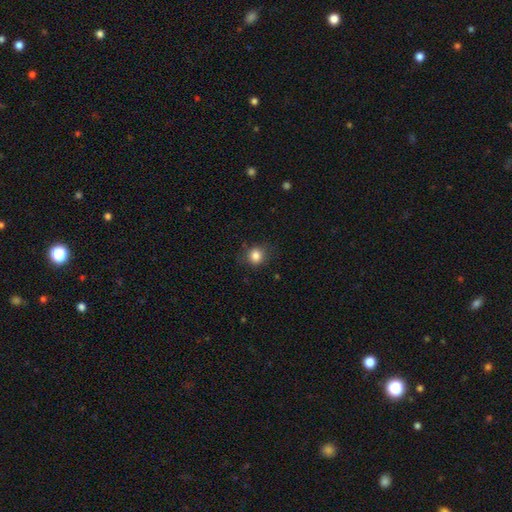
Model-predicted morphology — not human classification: A smooth galaxy with no disk features (84%) that is round (78%). Merging: none (81%).